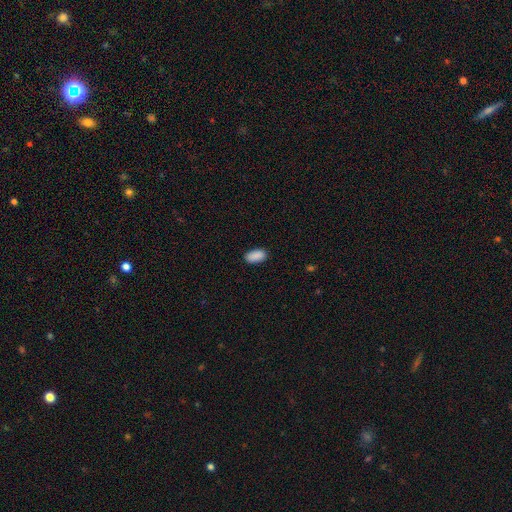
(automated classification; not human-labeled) smooth 90%, star or artifact 7%, featured or disk 3%. Down the decision tree: how rounded — in between (93%); merging — none (87%).